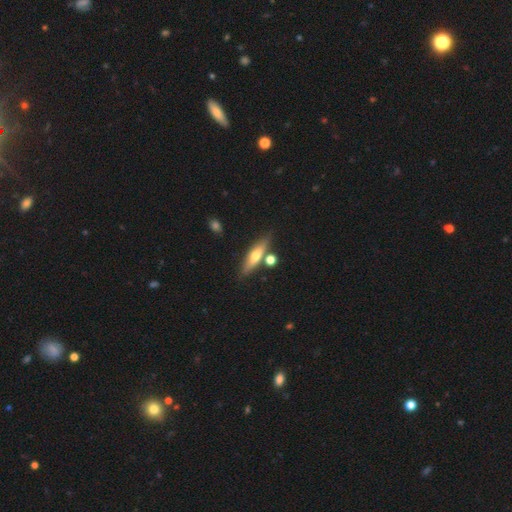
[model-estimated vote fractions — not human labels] Smooth or featured?
  - smooth: 51% *
  - featured or disk: 42%
  - star or artifact: 7%
How rounded?
  - cigar-shaped: 69% *
  - in between: 28%
  - round: 3%
Merging?
  - none: 75% *
  - minor disturbance: 11%
  - merger: 11%
  - major disturbance: 3%